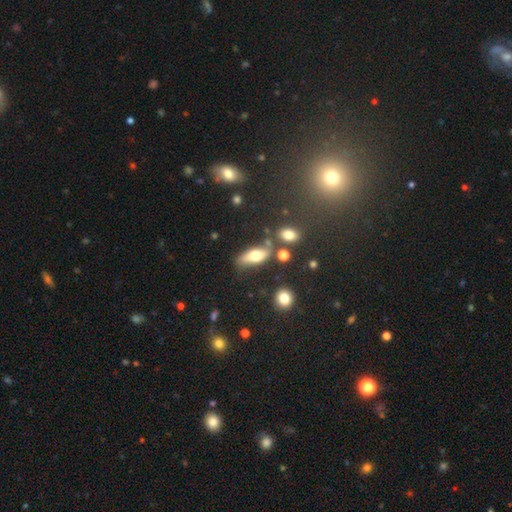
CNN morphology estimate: This is likely a smooth galaxy (63%). How rounded: likely in between (70%). Merging: likely none (66%).